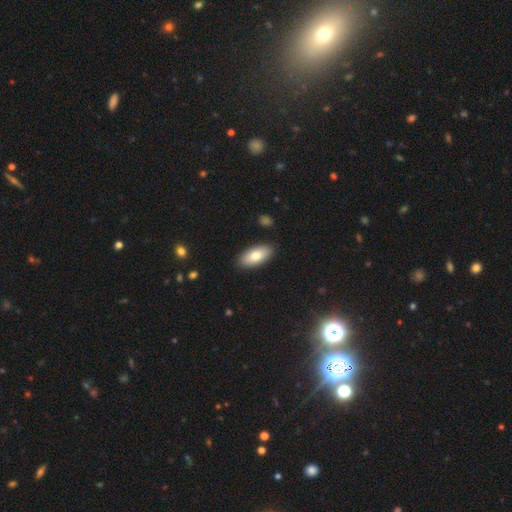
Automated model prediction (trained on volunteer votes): The model was most divided on "smooth or featured": smooth: 78%, featured or disk: 16%, star or artifact: 6%. More confident: how rounded — in between (90%); merging — none (88%).